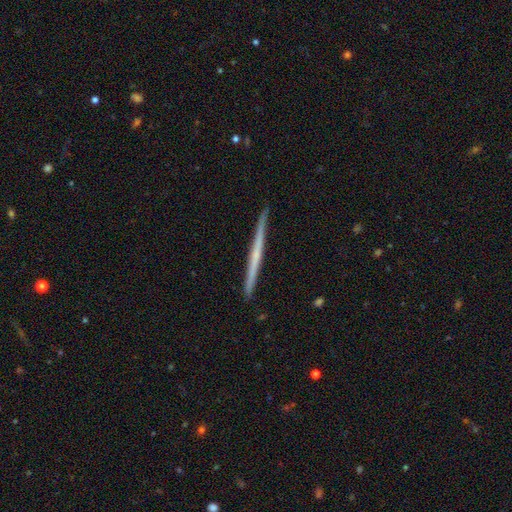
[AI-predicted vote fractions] smooth-or-featured: featured or disk: 63% | smooth: 31% | star or artifact: 5%
  disk-edge-on: yes: 98% | no: 2%
    edge-on-bulge: none: 75% | rounded: 20% | boxy: 5%
  merging: none: 92% | minor disturbance: 6% | major disturbance: 1% | merger: 1%